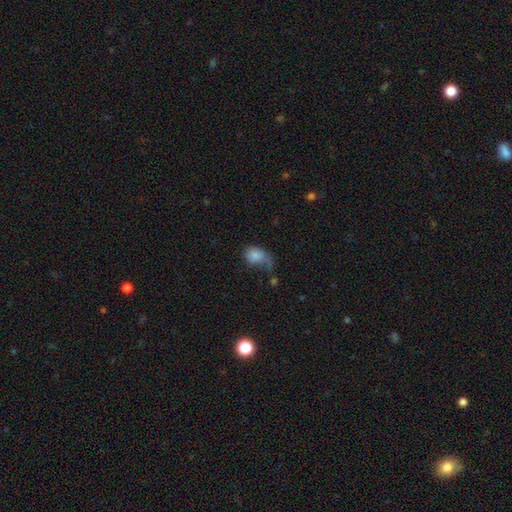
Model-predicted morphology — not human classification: The model was most divided on "merging": major disturbance: 41%, minor disturbance: 26%, none: 26%, merger: 7%. More confident: smooth or featured — smooth (75%); how rounded — in between (73%).